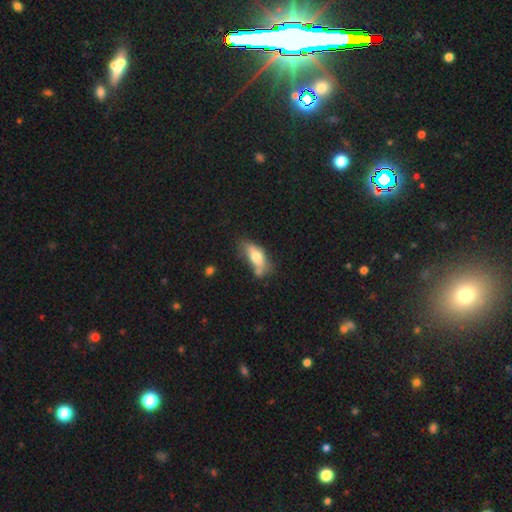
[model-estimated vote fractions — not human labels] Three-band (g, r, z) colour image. It shows a smooth galaxy with no disk features (67%) that is in between round and cigar-shaped (76%). Merging: none (41%).